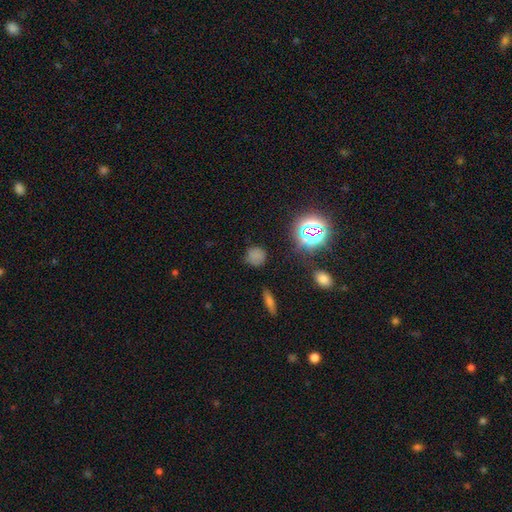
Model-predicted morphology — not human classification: A smooth galaxy with no disk features (64%) that is round (85%).

Vote fractions:
- Smooth or featured? smooth: 64% / star or artifact: 28% / featured or disk: 8%
- How rounded? round: 85% / in between: 13% / cigar-shaped: 2%
- Merging? none: 78% / minor disturbance: 14% / major disturbance: 5% / merger: 2%